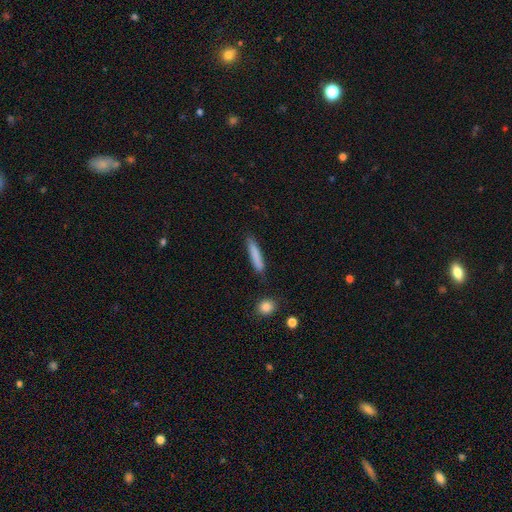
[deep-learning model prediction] Q: Smooth or featured?
A: smooth (83%); runner-up: featured or disk (11%)
Q: How rounded?
A: cigar-shaped (90%); runner-up: in between (8%)
Q: Merging?
A: none (83%); runner-up: minor disturbance (12%)